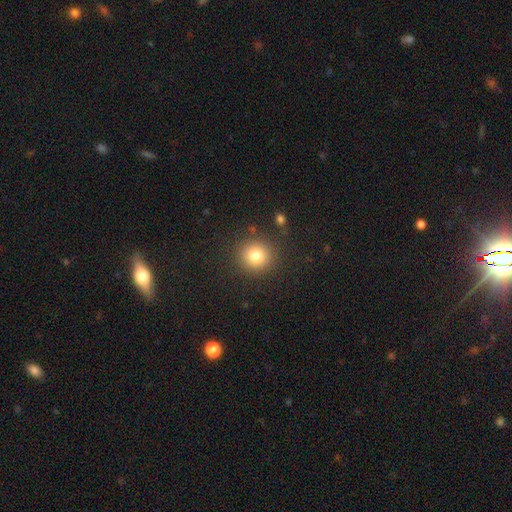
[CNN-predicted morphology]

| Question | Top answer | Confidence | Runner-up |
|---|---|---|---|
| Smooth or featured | smooth | 80% | star or artifact (12%) |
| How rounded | round | 91% | in between (8%) |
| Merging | none | 88% | minor disturbance (7%) |